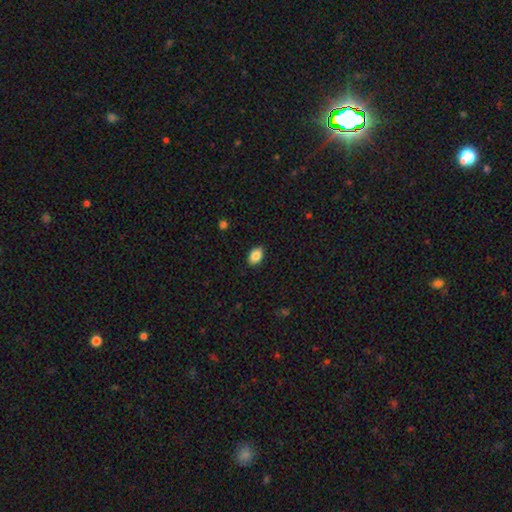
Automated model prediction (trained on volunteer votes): The model was most divided on "how rounded": in between: 86%, round: 13%, cigar-shaped: 1%. More confident: merging — none (89%); smooth or featured — smooth (87%).